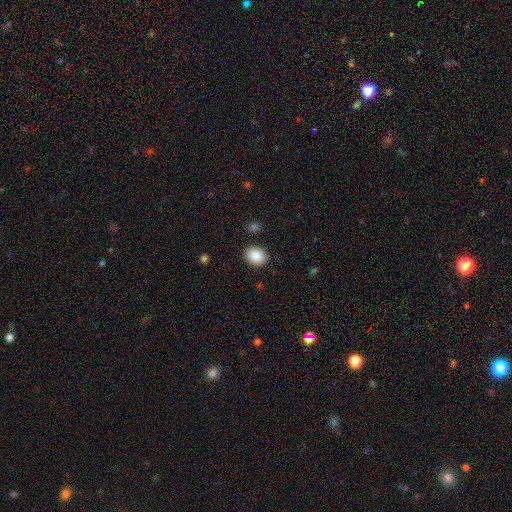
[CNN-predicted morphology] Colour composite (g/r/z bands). It shows a smooth galaxy with no disk features (88%) that is in between round and cigar-shaped (52%). Merging: none (88%).